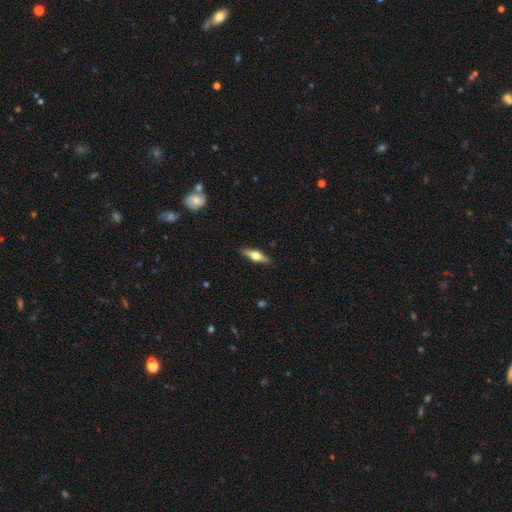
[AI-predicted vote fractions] A featured or disk galaxy (49%). Merging: none (89%).